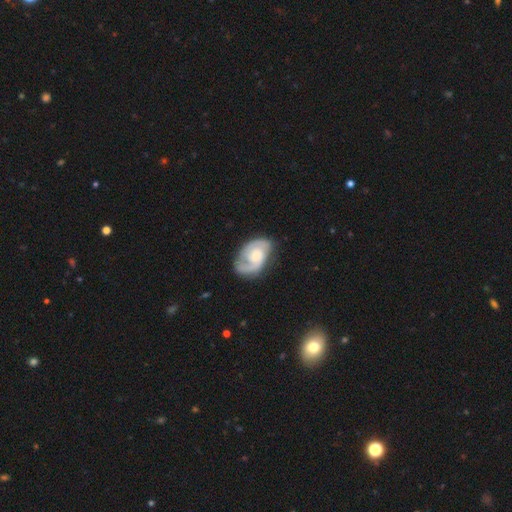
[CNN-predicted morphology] A featured or disk galaxy (83%) with no bar (61%), 2 (79%) medium (45%) spiral arms (95%) and a small central bulge (50%). Merging: none (70%).